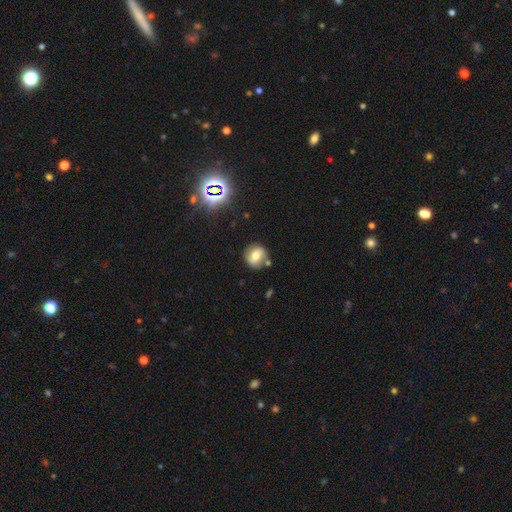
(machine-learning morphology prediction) smooth 49%, featured or disk 39%, star or artifact 12%. Down the decision tree: merging — none (75%).